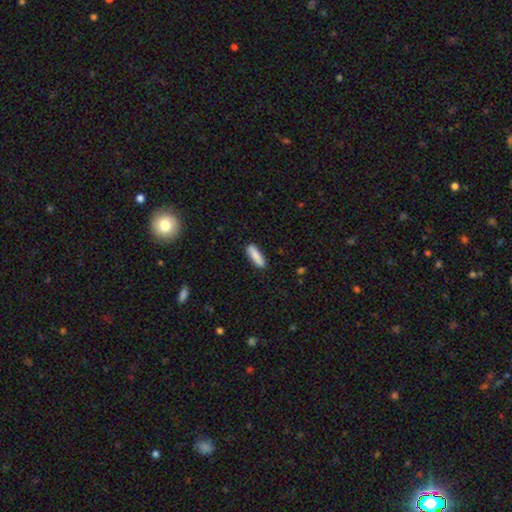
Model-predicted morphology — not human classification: smooth 86%, featured or disk 9%, star or artifact 6%. Down the decision tree: how rounded — cigar-shaped (62%); merging — none (88%).